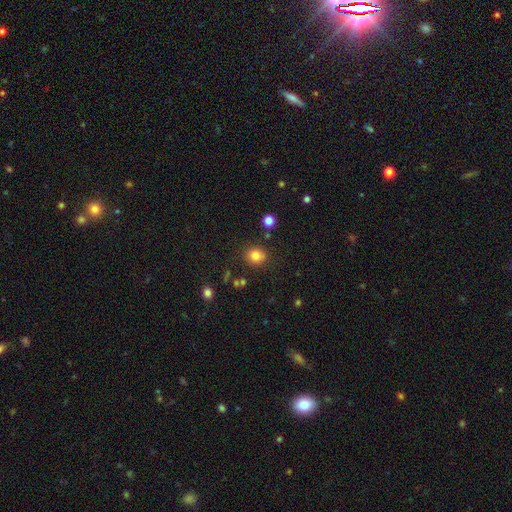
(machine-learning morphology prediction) Overall: smooth (81%). How rounded: round (76%). Merging: none (82%).